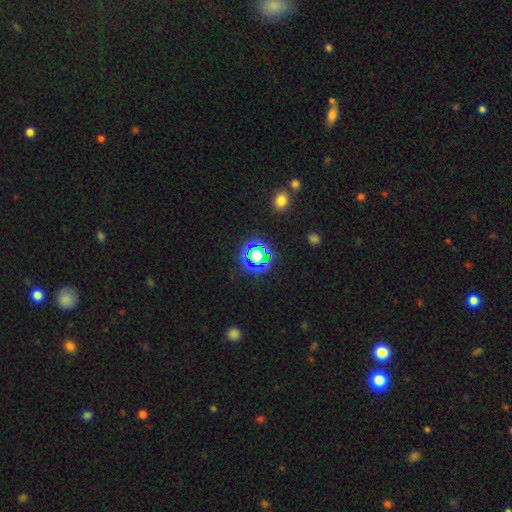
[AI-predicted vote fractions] A star or artifact, not a galaxy (68%).